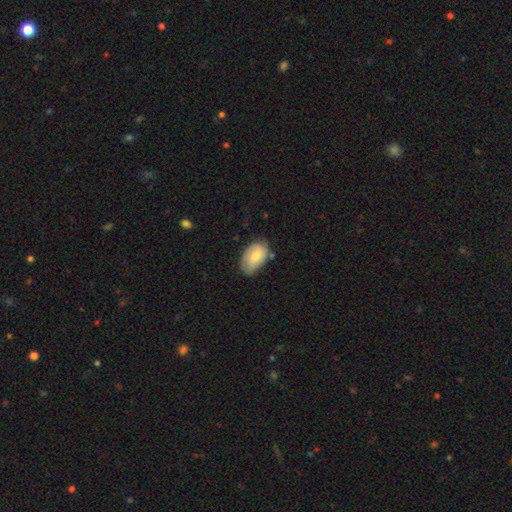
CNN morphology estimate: smooth 65%, featured or disk 28%, star or artifact 6%. Down the decision tree: how rounded — in between (89%); merging — none (56%).